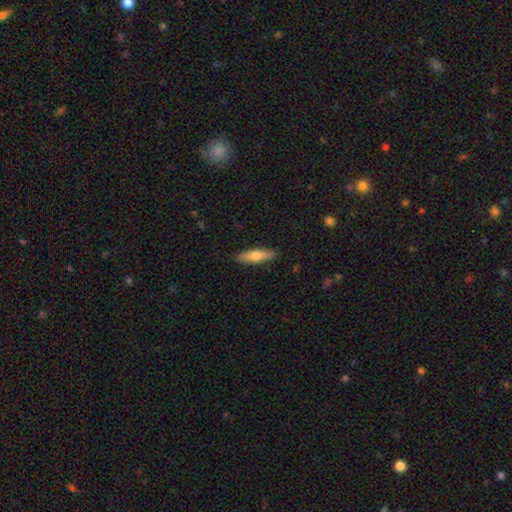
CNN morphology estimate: Q: Smooth or featured?
A: smooth (66%); runner-up: featured or disk (28%)
Q: How rounded?
A: cigar-shaped (70%); runner-up: in between (29%)
Q: Merging?
A: none (89%); runner-up: minor disturbance (8%)